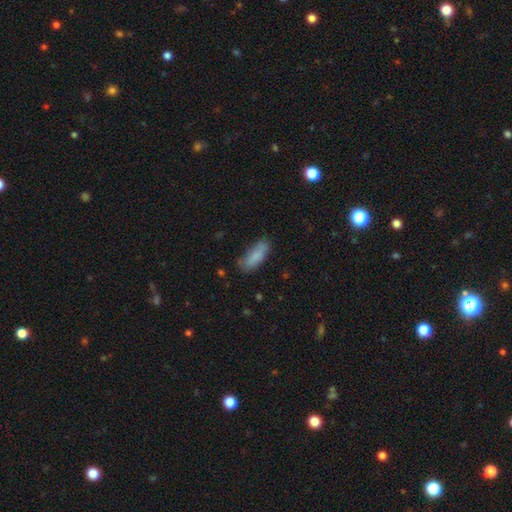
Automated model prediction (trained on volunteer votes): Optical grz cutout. It shows a smooth galaxy with no disk features (84%) that is in between round and cigar-shaped (61%). Merging: none (70%).